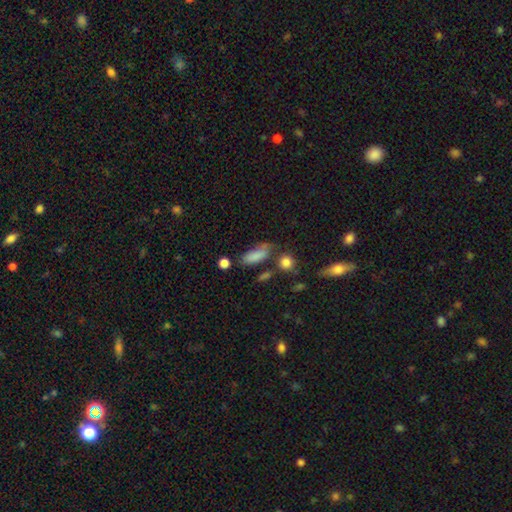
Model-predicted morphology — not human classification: This is clearly a smooth galaxy (81%). How rounded: likely in between (73%). Merging: possibly none (53%).